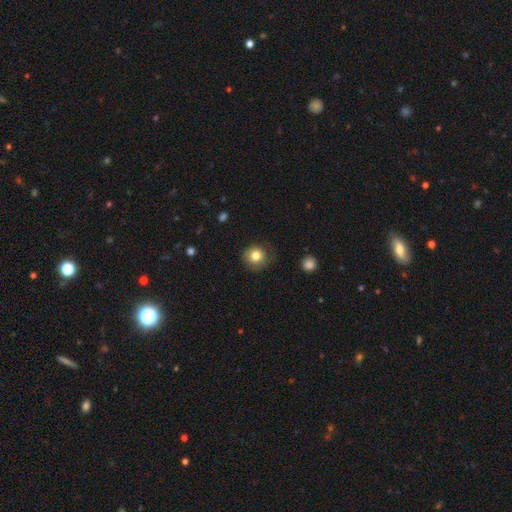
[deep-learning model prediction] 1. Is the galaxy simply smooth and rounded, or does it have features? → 81% smooth, 10% star or artifact, 9% featured or disk.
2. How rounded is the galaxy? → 90% round, 9% in between, 1% cigar-shaped.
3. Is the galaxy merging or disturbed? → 76% none, 17% minor disturbance, 5% major disturbance, 1% merger.